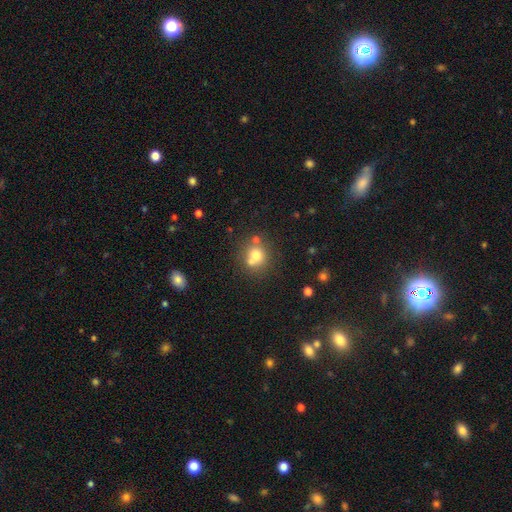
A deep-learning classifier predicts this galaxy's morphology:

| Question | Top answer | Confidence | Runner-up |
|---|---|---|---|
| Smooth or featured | smooth | 70% | featured or disk (17%) |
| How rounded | round | 83% | in between (16%) |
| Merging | none | 52% | merger (33%) |